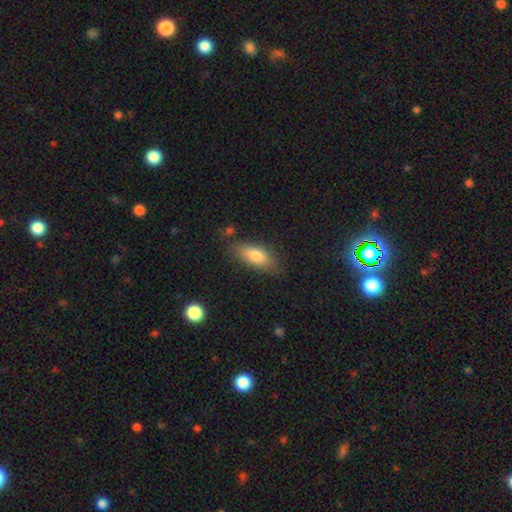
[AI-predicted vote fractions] smooth 79%, featured or disk 14%, star or artifact 7%. Down the decision tree: how rounded — in between (80%); merging — none (76%).